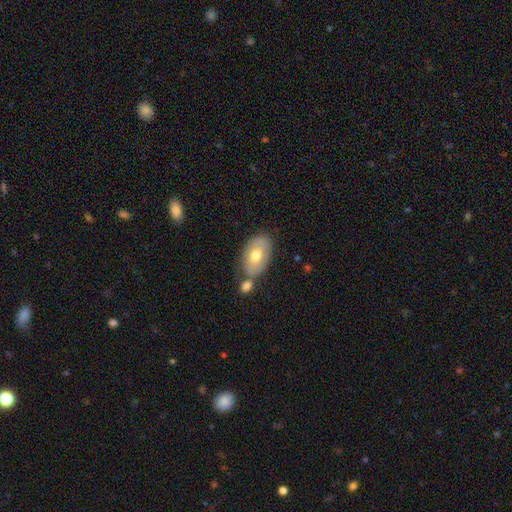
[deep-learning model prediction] A smooth galaxy with no disk features (58%) that is in between round and cigar-shaped (88%).

Vote fractions:
- Smooth or featured? smooth: 58% / featured or disk: 36% / star or artifact: 6%
- How rounded? in between: 88% / round: 10% / cigar-shaped: 1%
- Merging? none: 55% / merger: 23% / minor disturbance: 16% / major disturbance: 5%